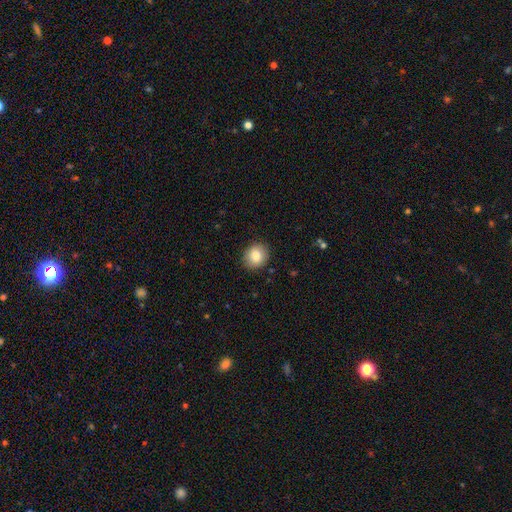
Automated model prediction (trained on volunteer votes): Overall: smooth (83%). How rounded: round (68%; in between 32%). Merging: none (88%).